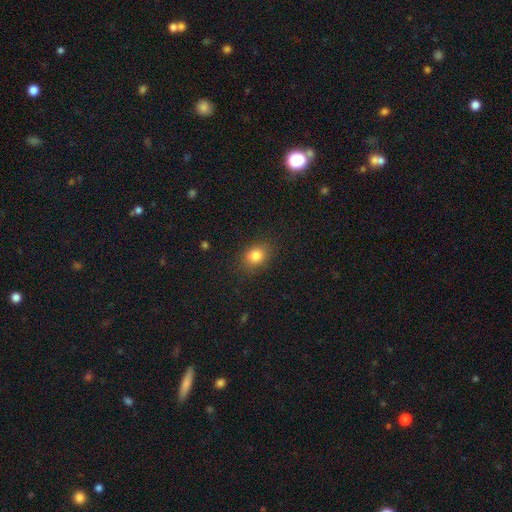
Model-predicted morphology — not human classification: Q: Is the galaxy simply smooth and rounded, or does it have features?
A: smooth — 83%.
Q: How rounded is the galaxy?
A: in between — 55%.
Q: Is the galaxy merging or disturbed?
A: none — 84%.